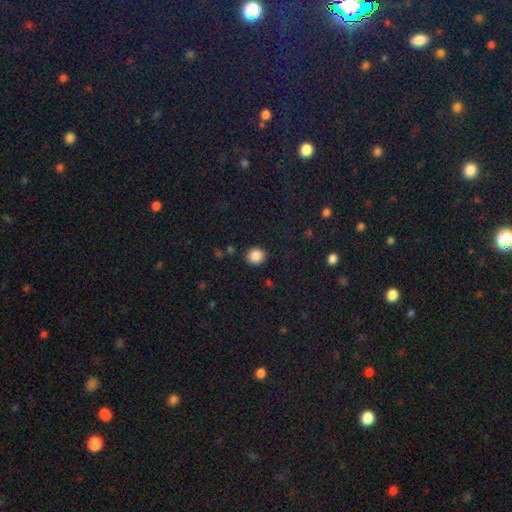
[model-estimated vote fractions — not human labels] smooth 87%, star or artifact 9%, featured or disk 4%. Down the decision tree: how rounded — round (83%); merging — none (90%).